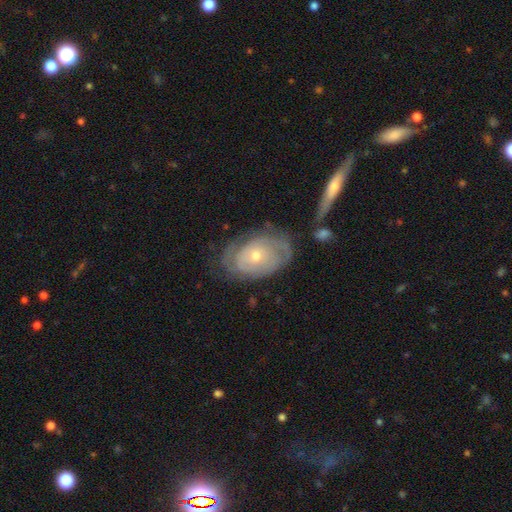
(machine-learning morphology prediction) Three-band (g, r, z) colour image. It shows a featured or disk galaxy (71%) with no bar (83%), tight (73%) spiral arms (79%) and a small central bulge (58%). Merging: none (63%).